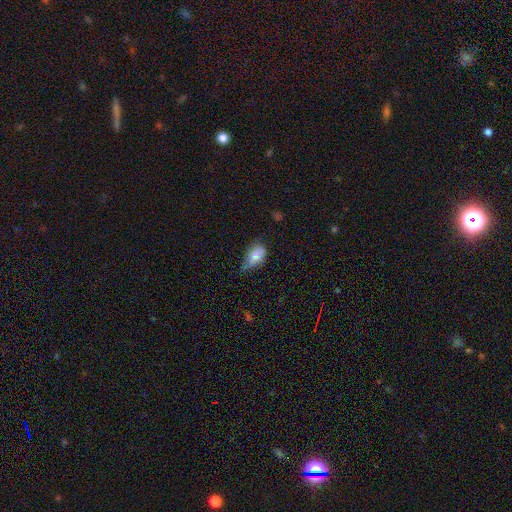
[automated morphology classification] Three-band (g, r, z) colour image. It shows a smooth galaxy with no disk features (70%) that is in between round and cigar-shaped (89%). Merging: minor disturbance (45%).